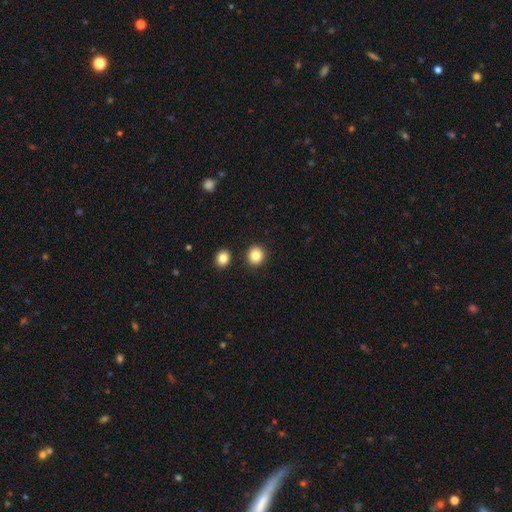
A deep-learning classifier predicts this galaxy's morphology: type=smooth (85%); roundness=round (86%); merging=none (88%).